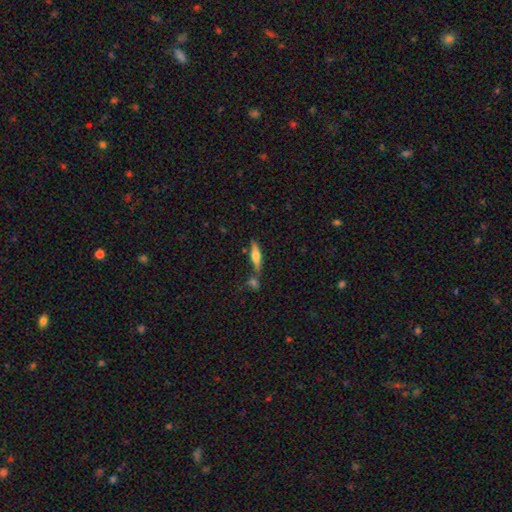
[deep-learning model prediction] Overall: featured or disk (52%; smooth 41%). Edge-on disk: yes (93%). Merging: none (66%).